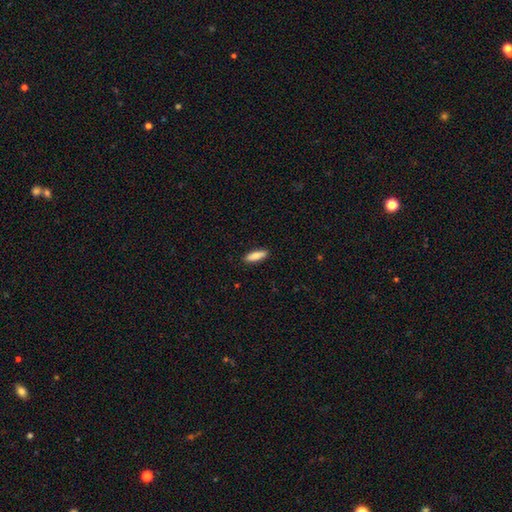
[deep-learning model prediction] Smooth or featured? smooth (80%)
How rounded? cigar-shaped (52%)
Merging? none (89%)